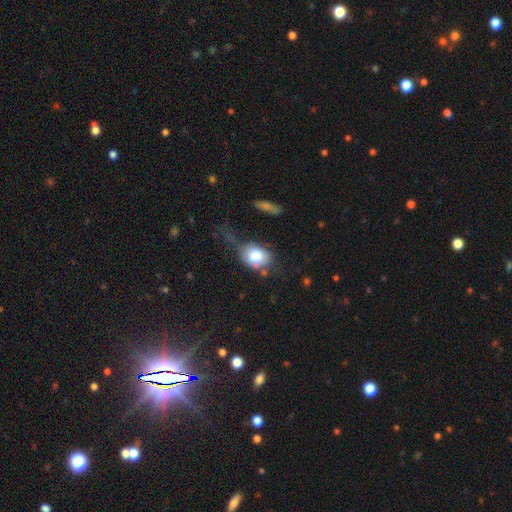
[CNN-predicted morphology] The model was most divided on "merging": none: 40%, minor disturbance: 29%, major disturbance: 22%, merger: 10%. More confident: smooth or featured — smooth (77%); how rounded — in between (57%).